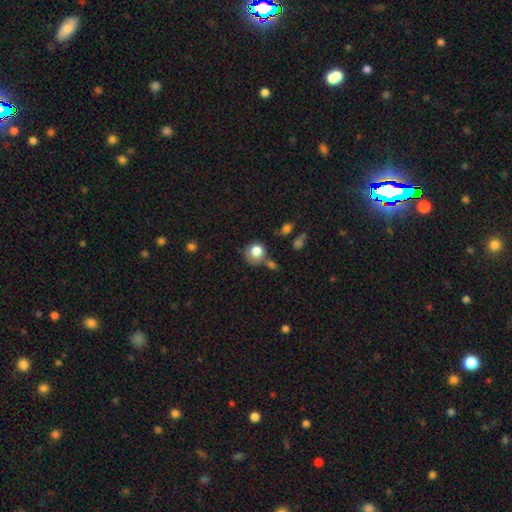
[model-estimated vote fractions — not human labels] Overall: smooth (77%). How rounded: round (84%). Merging: none (65%).